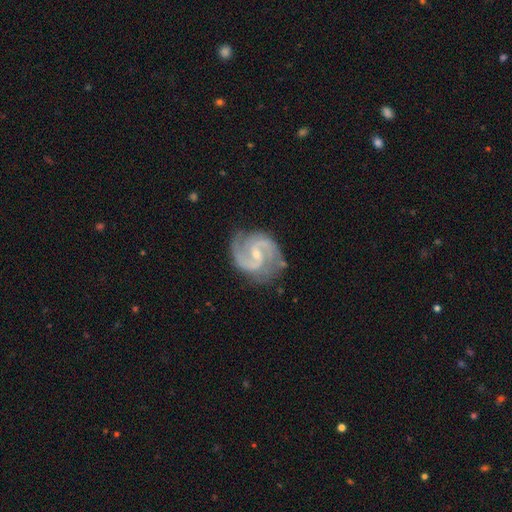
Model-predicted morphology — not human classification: A featured or disk galaxy (93%) with a weak bar (52%), 2 (90%) medium (64%) spiral arms (99%) and a small central bulge (69%). Merging: none (78%).